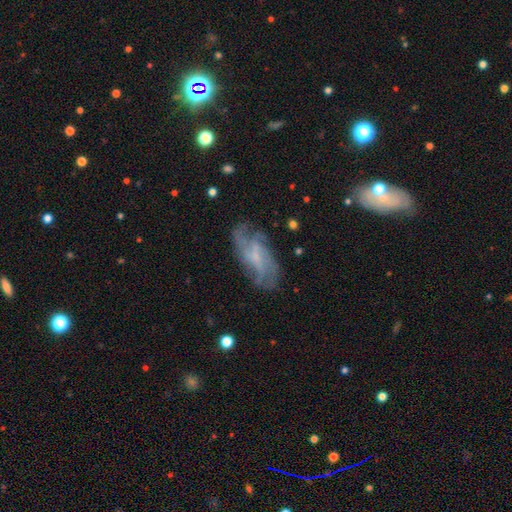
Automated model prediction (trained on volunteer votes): Smooth or featured? Predicted: featured or disk (p=0.72). Edge-on disk? Predicted: no (p=0.92). Bar? Predicted: no (p=0.46). Spiral arms? Predicted: yes (p=0.88). Spiral winding? Predicted: medium (p=0.41). Spiral arm count? Predicted: can't tell (p=0.40). Bulge size? Predicted: small (p=0.48). Merging? Predicted: none (p=0.68).